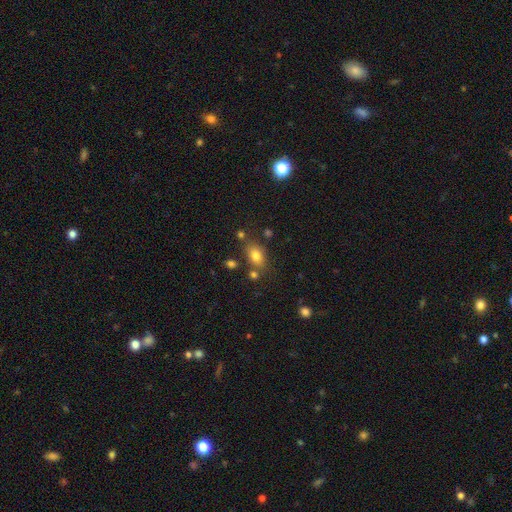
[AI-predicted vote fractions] Q: Smooth or featured?
A: smooth (78%); runner-up: star or artifact (12%)
Q: How rounded?
A: in between (77%); runner-up: round (21%)
Q: Merging?
A: none (71%); runner-up: minor disturbance (15%)